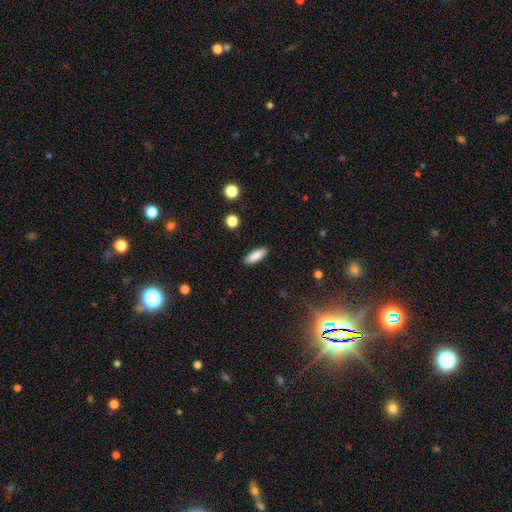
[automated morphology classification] This is clearly a smooth galaxy (88%). How rounded: possibly in between (56%). Merging: clearly none (90%).